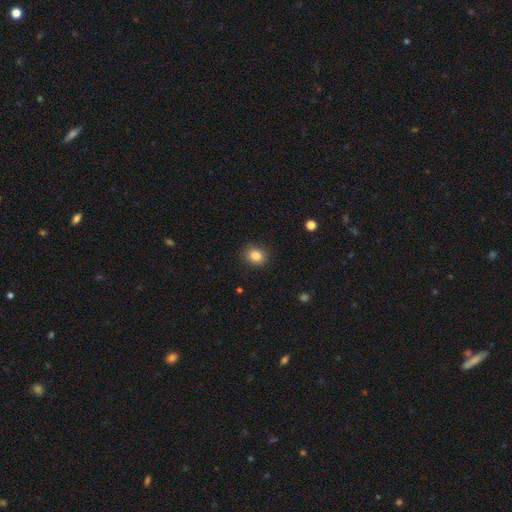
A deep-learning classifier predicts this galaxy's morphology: smooth-or-featured: smooth: 84% | star or artifact: 10% | featured or disk: 6%
  how-rounded: round: 72% | in between: 27% | cigar-shaped: 1%
  merging: none: 87% | minor disturbance: 9% | major disturbance: 2% | merger: 1%